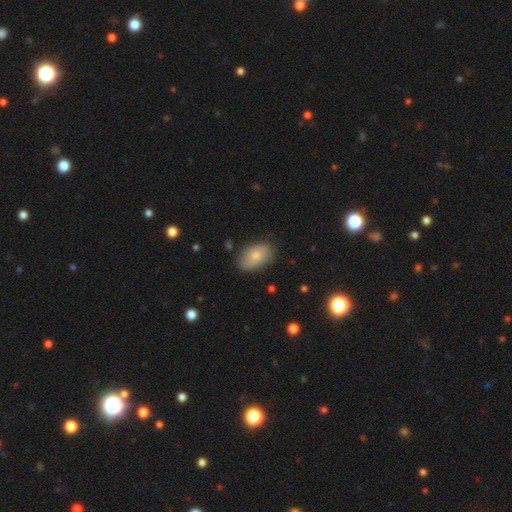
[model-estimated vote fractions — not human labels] This is likely a smooth galaxy (71%). How rounded: clearly in between (91%). Merging: likely none (79%).